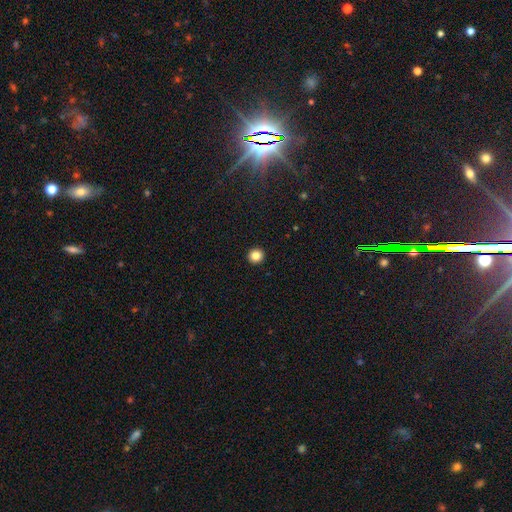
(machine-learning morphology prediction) Smooth or featured? Predicted: smooth (p=0.85). How rounded? Predicted: round (p=0.94). Merging? Predicted: none (p=0.94).